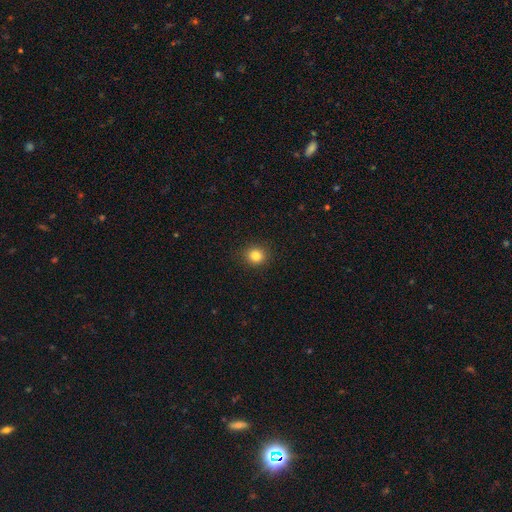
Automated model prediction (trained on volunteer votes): This is clearly a smooth galaxy (83%). How rounded: clearly round (86%). Merging: clearly none (91%).